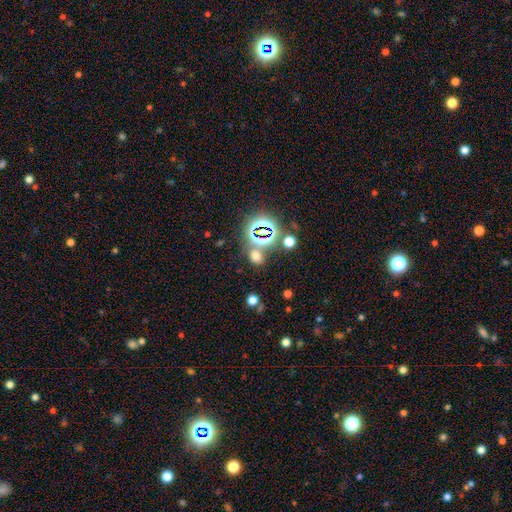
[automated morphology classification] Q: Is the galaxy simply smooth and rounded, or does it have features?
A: smooth — 54%.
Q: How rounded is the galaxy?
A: in between — 50%.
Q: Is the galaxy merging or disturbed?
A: none — 70%.